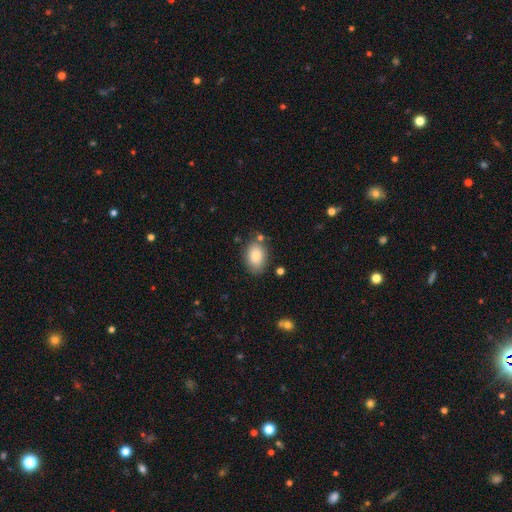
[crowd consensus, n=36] This appears to be a smooth galaxy with no disk features (89%) that is in between round and cigar-shaped (84%). Merging: none (83%).